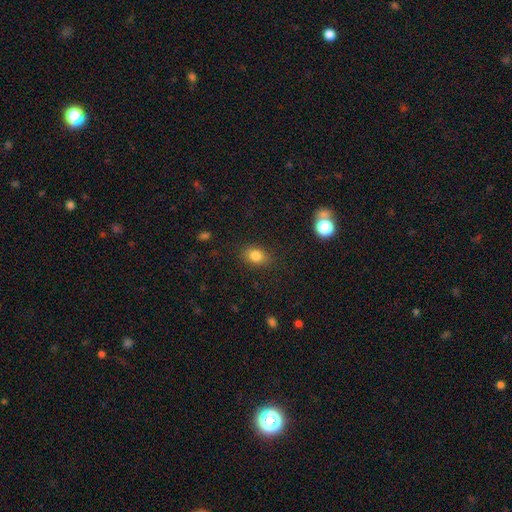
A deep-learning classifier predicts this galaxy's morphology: This appears to be a smooth galaxy with no disk features (83%) that is in between round and cigar-shaped (69%). Merging: none (84%).